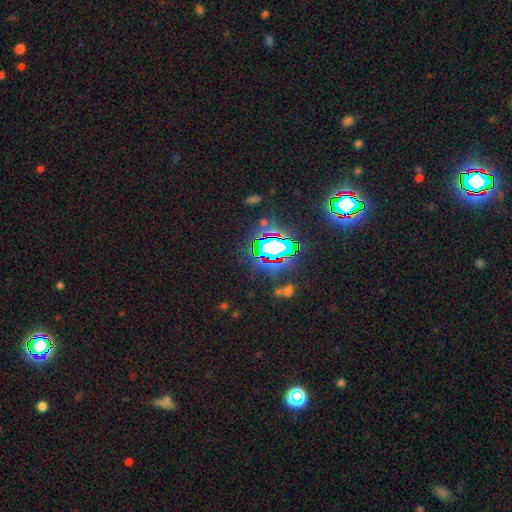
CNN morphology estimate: smooth_or_featured: star or artifact (p=0.82) [alt: smooth p=0.11]